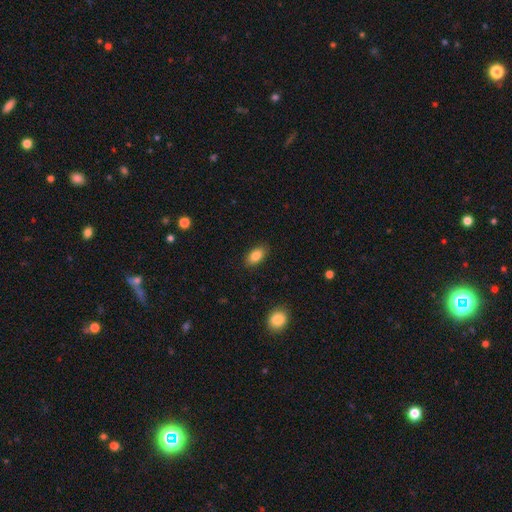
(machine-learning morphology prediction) type=smooth (85%); roundness=in between (90%); merging=none (88%).